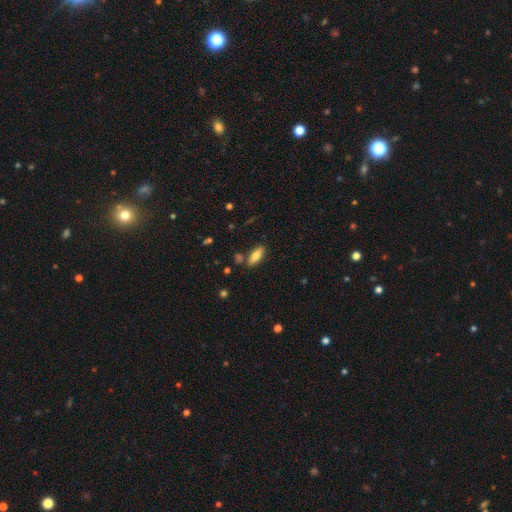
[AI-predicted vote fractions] This appears to be a smooth galaxy with no disk features (74%) that is in between round and cigar-shaped (72%). Merging: none (80%).